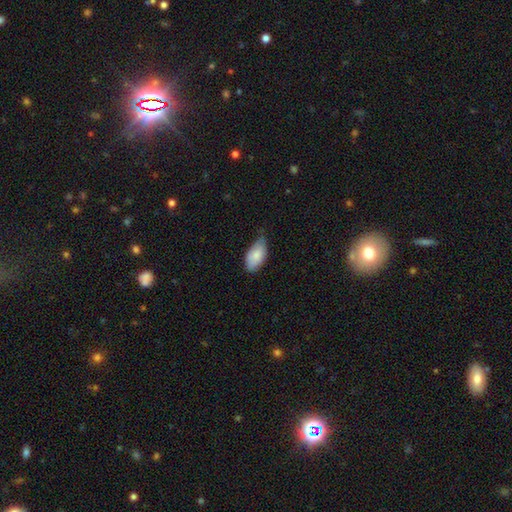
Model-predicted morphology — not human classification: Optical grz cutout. It shows a smooth galaxy with no disk features (83%) that is in between round and cigar-shaped (94%). Merging: none (53%).